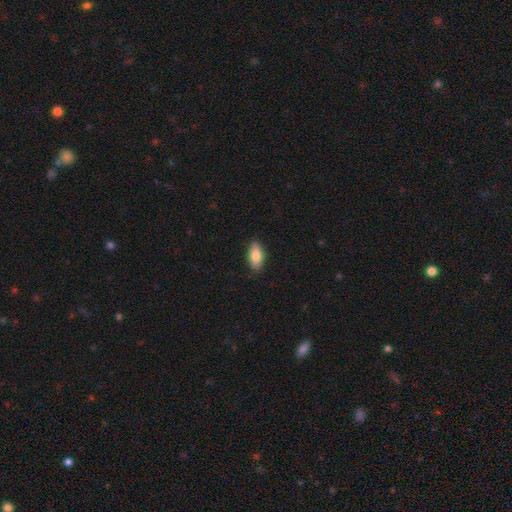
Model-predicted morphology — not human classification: This appears to be a smooth galaxy with no disk features (80%) that is in between round and cigar-shaped (88%). Merging: none (86%).